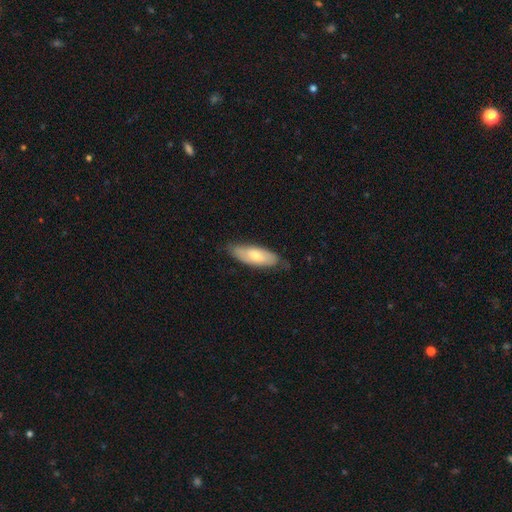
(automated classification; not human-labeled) Smooth or featured? Predicted: smooth (p=0.65). How rounded? Predicted: in between (p=0.71). Merging? Predicted: none (p=0.71).